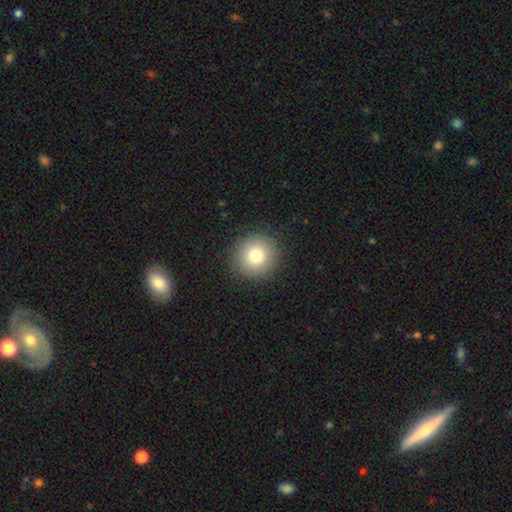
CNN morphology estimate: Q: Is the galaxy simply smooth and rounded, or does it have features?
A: smooth — 79%.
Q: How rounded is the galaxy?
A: round — 93%.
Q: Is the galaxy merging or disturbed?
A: none — 91%.